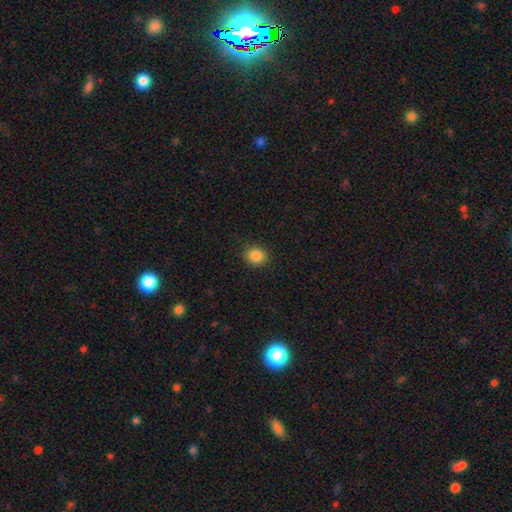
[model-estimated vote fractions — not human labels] Smooth or featured: smooth — 86% (star or artifact — 10%)
How rounded: round — 76% (in between — 23%)
Merging: none — 89% (minor disturbance — 8%)